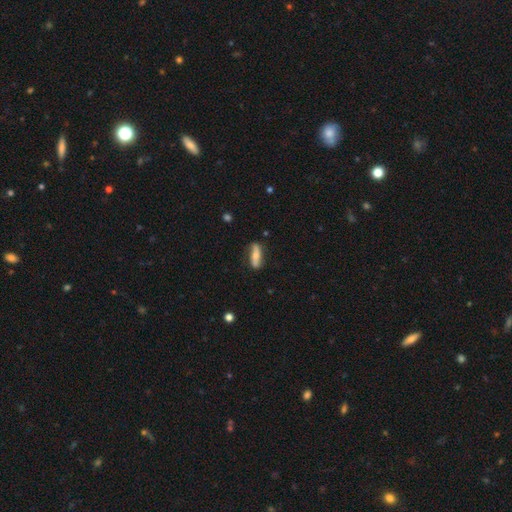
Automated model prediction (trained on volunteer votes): Smooth or featured: smooth — 55% (featured or disk — 38%)
How rounded: cigar-shaped — 54% (in between — 43%)
Merging: none — 75% (minor disturbance — 18%)